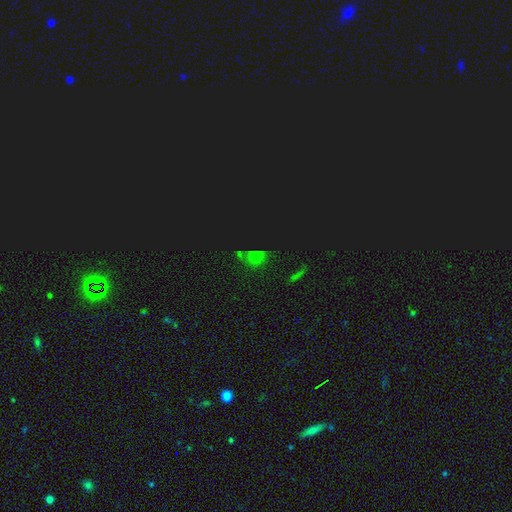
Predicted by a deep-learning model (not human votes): The model was most divided on "smooth or featured": star or artifact: 49%, smooth: 41%, featured or disk: 11%.